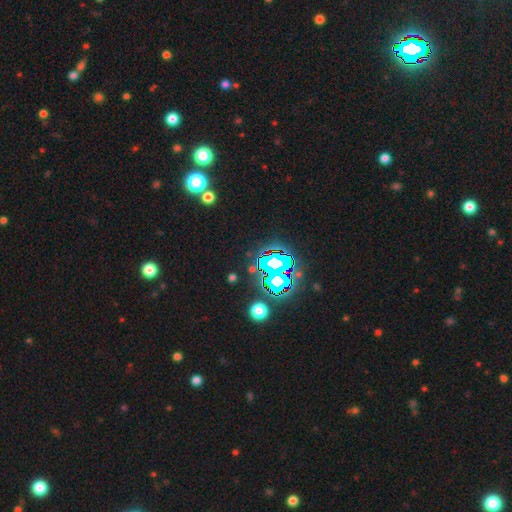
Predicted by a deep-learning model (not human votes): Q: Smooth or featured?
A: star or artifact (84%); runner-up: smooth (10%)